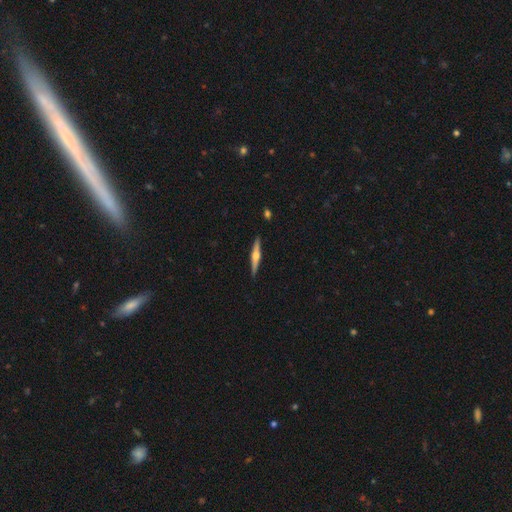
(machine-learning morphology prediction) Smooth or featured: featured or disk — 72% (smooth — 23%)
Edge-on disk: yes — 98% (no — 2%)
Edge-on bulge: rounded — 93% (boxy — 4%)
Merging: none — 91% (minor disturbance — 6%)